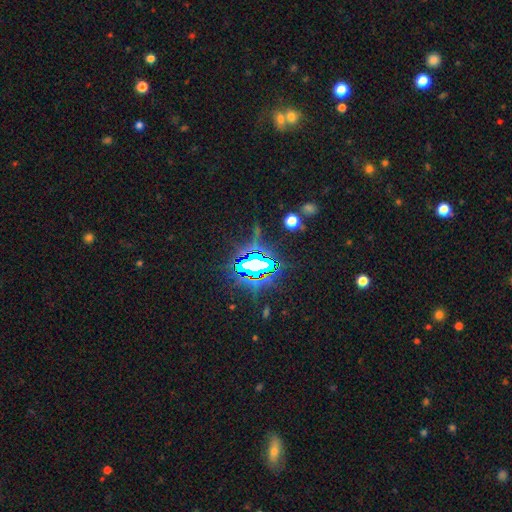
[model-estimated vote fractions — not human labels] Q: Smooth or featured?
A: star or artifact (79%); runner-up: smooth (11%)